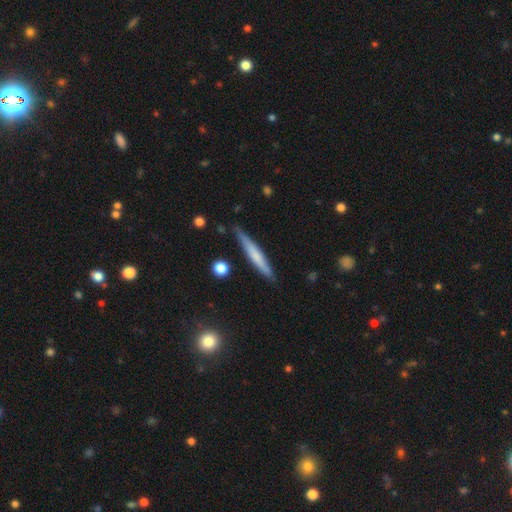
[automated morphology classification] Overall: smooth (56%; featured or disk 38%). How rounded: cigar-shaped (95%). Merging: none (84%).